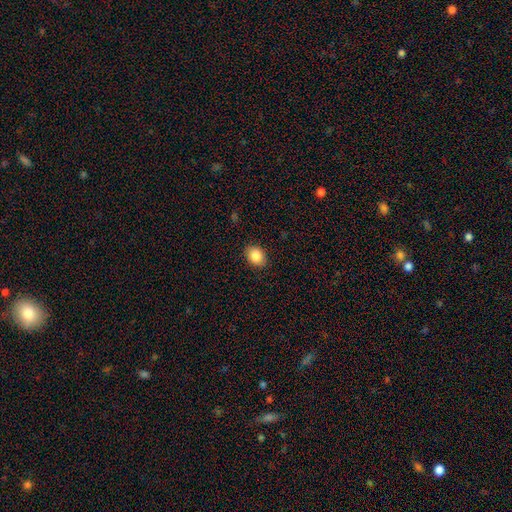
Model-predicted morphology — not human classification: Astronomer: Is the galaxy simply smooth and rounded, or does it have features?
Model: smooth — 88%.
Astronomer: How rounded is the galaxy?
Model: in between — 66%.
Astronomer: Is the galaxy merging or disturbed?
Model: none — 88%.